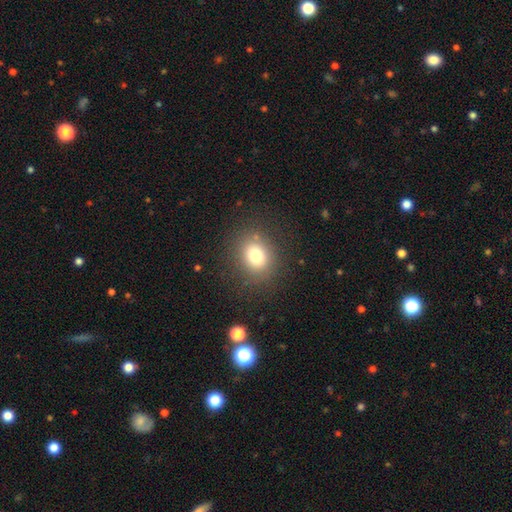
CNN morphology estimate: smooth 76%, star or artifact 14%, featured or disk 10%. Down the decision tree: how rounded — round (68%); merging — none (85%).